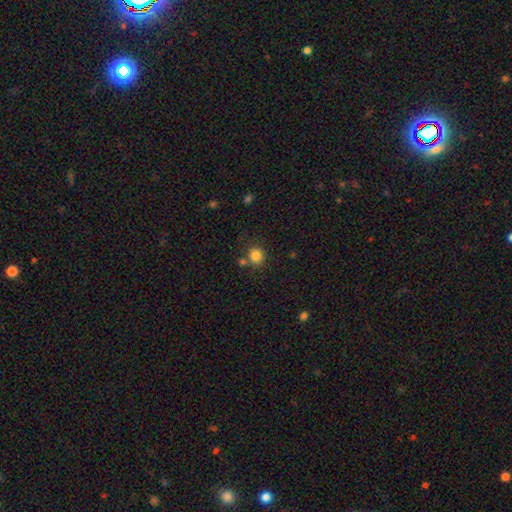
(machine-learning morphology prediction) smooth-or-featured: smooth: 84% | star or artifact: 11% | featured or disk: 5%
  how-rounded: round: 84% | in between: 15% | cigar-shaped: 1%
  merging: none: 73% | merger: 13% | minor disturbance: 10% | major disturbance: 4%